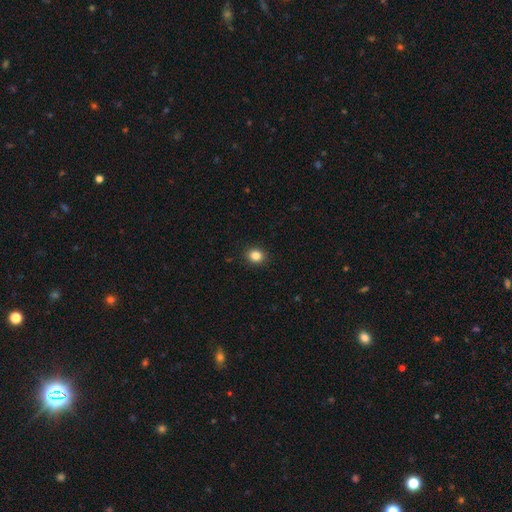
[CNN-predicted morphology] Q: Smooth or featured?
A: smooth (85%); runner-up: star or artifact (10%)
Q: How rounded?
A: round (66%); runner-up: in between (33%)
Q: Merging?
A: none (91%); runner-up: minor disturbance (6%)